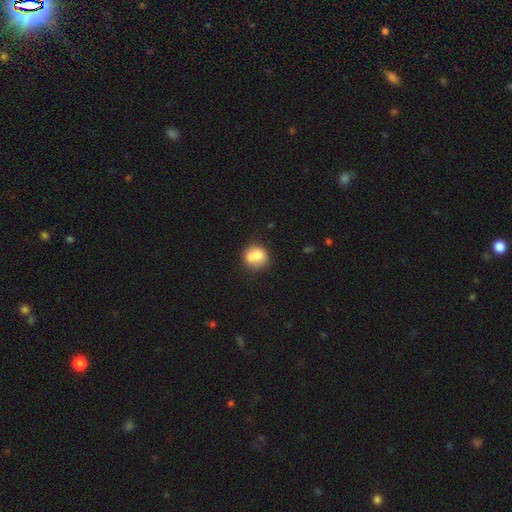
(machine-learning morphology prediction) A smooth galaxy with no disk features (72%) that is round (82%).

Vote fractions:
- Smooth or featured? smooth: 72% / featured or disk: 18% / star or artifact: 9%
- How rounded? round: 82% / in between: 17% / cigar-shaped: 1%
- Merging? none: 47% / merger: 35% / minor disturbance: 14% / major disturbance: 5%